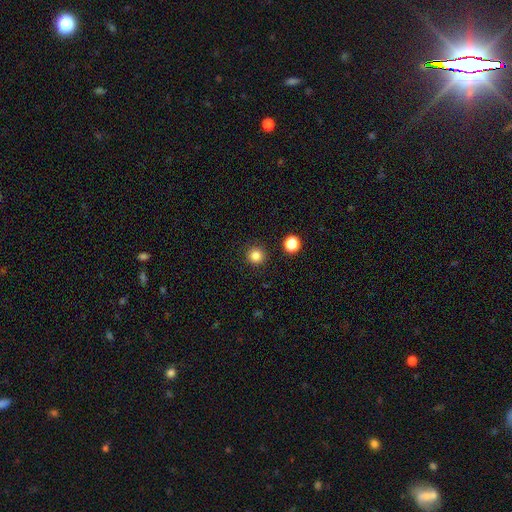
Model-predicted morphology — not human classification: Smooth or featured? smooth (83%)
How rounded? round (95%)
Merging? none (92%)